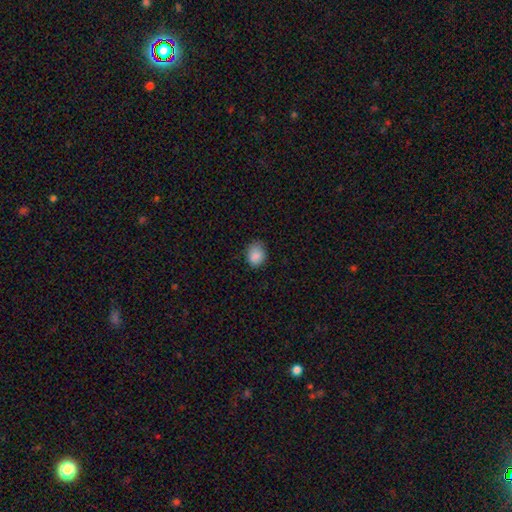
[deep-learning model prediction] This is clearly a smooth galaxy (87%). How rounded: possibly round (50%). Merging: likely none (72%).